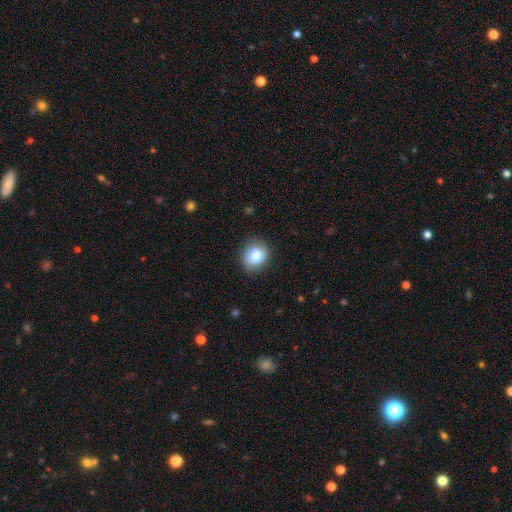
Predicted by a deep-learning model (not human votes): Smooth or featured? smooth (84%)
How rounded? round (70%)
Merging? none (86%)